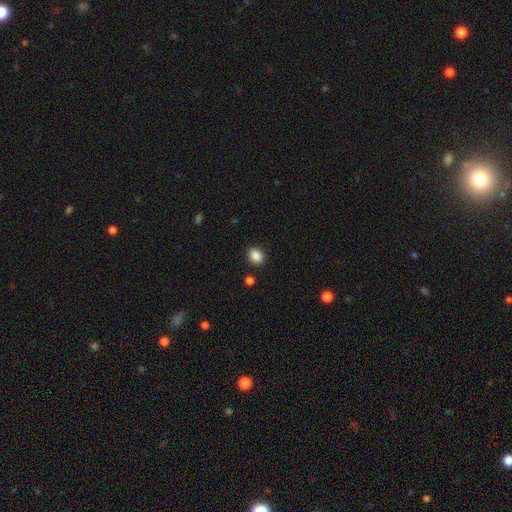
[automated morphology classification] A smooth galaxy with no disk features (87%) that is in between round and cigar-shaped (51%).

Vote fractions:
- Smooth or featured? smooth: 87% / star or artifact: 9% / featured or disk: 3%
- How rounded? in between: 51% / round: 48% / cigar-shaped: 1%
- Merging? none: 87% / minor disturbance: 8% / major disturbance: 2% / merger: 2%